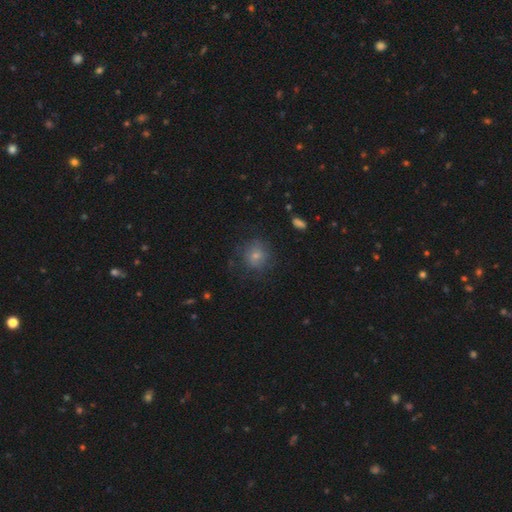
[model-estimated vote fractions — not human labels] smooth 72%, featured or disk 16%, star or artifact 12%. Down the decision tree: how rounded — round (84%); merging — none (73%).